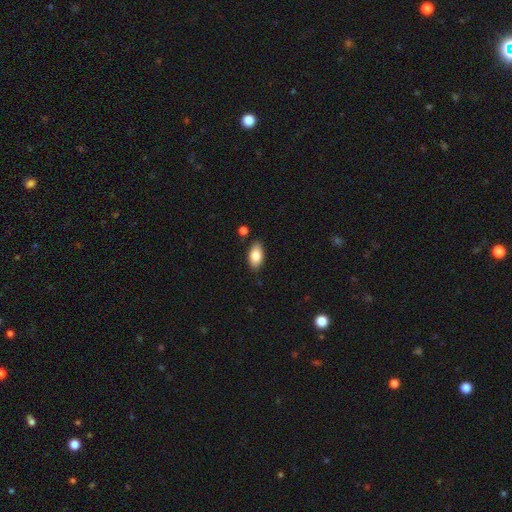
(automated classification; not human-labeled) smooth-or-featured: smooth: 84% | featured or disk: 9% | star or artifact: 7%
  how-rounded: in between: 92% | cigar-shaped: 4% | round: 4%
  merging: none: 84% | minor disturbance: 11% | merger: 3% | major disturbance: 2%